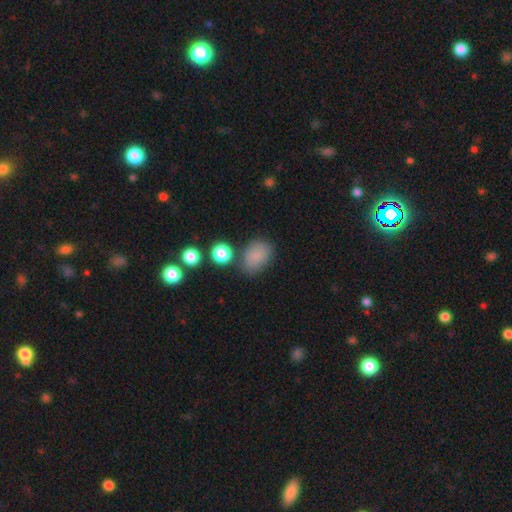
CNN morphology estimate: Overall: smooth (82%). How rounded: in between (71%). Merging: none (70%).